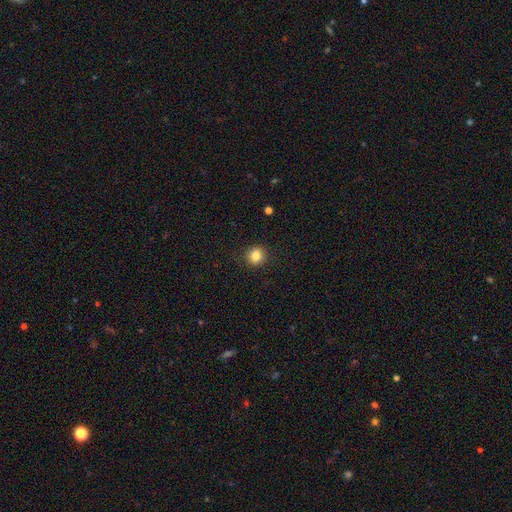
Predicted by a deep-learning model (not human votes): Smooth or featured?
  - smooth: 84% *
  - star or artifact: 11%
  - featured or disk: 5%
How rounded?
  - round: 86% *
  - in between: 13%
  - cigar-shaped: 1%
Merging?
  - none: 90% *
  - minor disturbance: 7%
  - major disturbance: 2%
  - merger: 1%